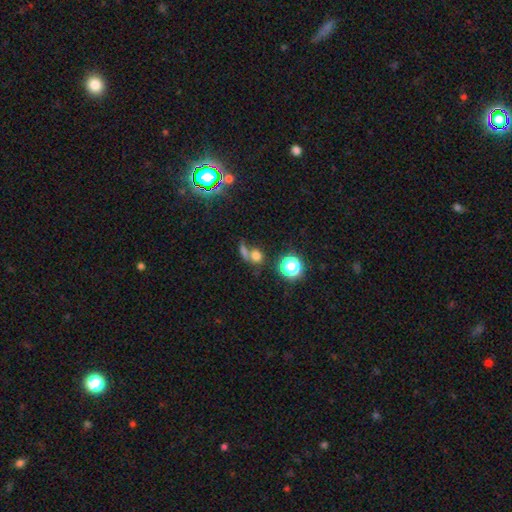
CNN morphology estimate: Smooth or featured? Predicted: smooth (p=0.67). How rounded? Predicted: round (p=0.68). Merging? Predicted: merger (p=0.43).